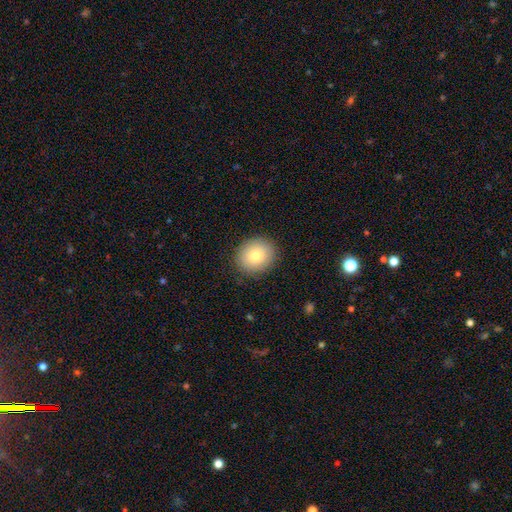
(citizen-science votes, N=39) A smooth galaxy with no disk features (82%) that is round (78%).

Vote fractions:
- Smooth or featured? smooth: 82% / featured or disk: 13% / star or artifact: 5%
- How rounded? round: 78% / in between: 22% / cigar-shaped: 0%
- Merging? none: 86% / minor disturbance: 14% / major disturbance: 0% / merger: 0%